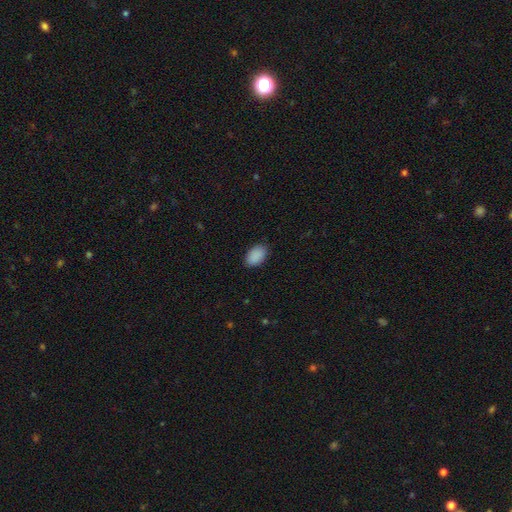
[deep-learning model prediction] Smooth or featured? Predicted: smooth (p=0.90). How rounded? Predicted: in between (p=0.90). Merging? Predicted: none (p=0.86).